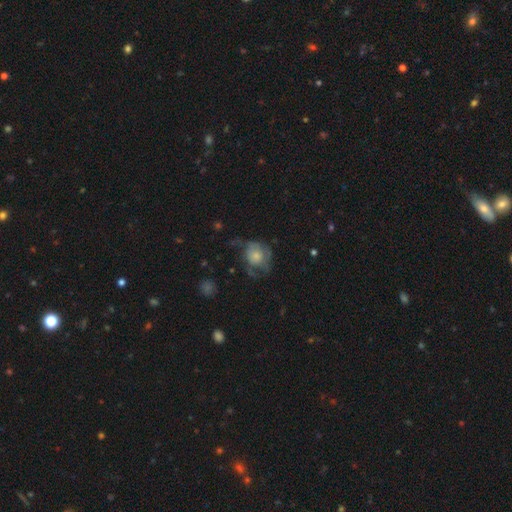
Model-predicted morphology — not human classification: A smooth galaxy with no disk features (59%) that is round (64%). Merging: major disturbance (35%).